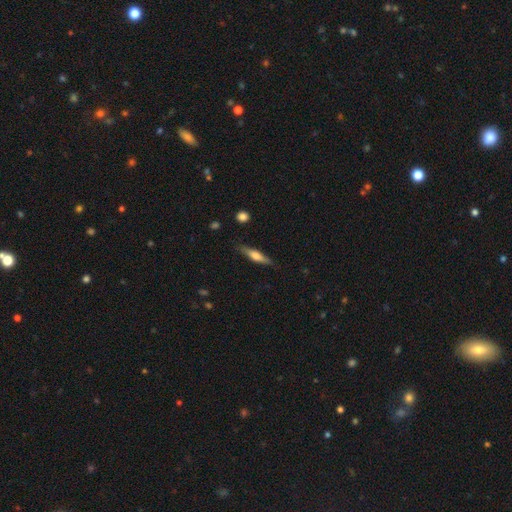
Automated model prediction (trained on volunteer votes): A smooth galaxy with no disk features (47%, tied with featured or disk).

Vote fractions:
- Smooth or featured? smooth: 47% (tied) / featured or disk: 47% (tied) / star or artifact: 6%
- Merging? none: 84% / minor disturbance: 12% / major disturbance: 3% / merger: 1%